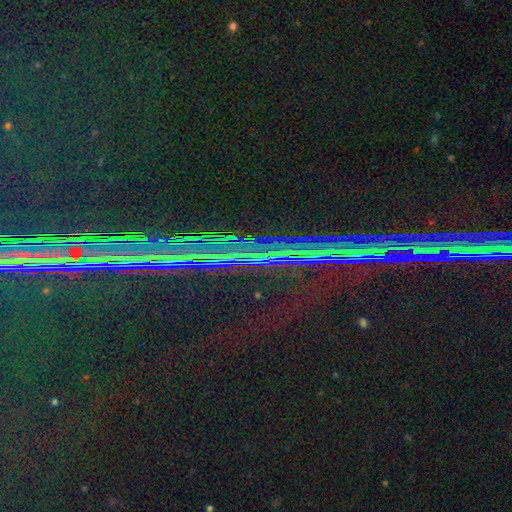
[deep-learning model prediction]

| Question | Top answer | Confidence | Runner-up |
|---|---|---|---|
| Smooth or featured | star or artifact | 84% | smooth (8%) |